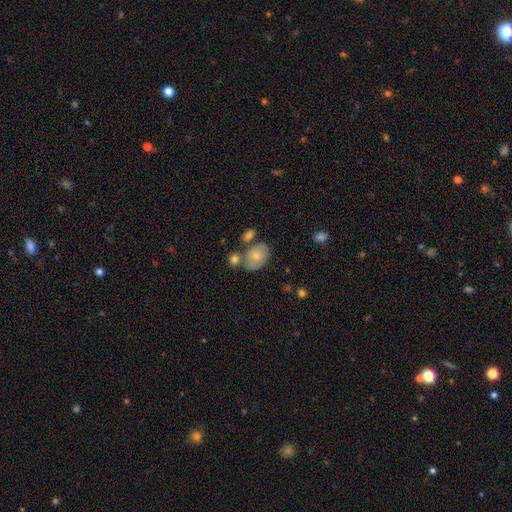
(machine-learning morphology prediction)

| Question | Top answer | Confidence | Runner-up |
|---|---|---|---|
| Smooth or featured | smooth | 71% | featured or disk (22%) |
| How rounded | in between | 76% | round (23%) |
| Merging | none | 54% | merger (21%) |